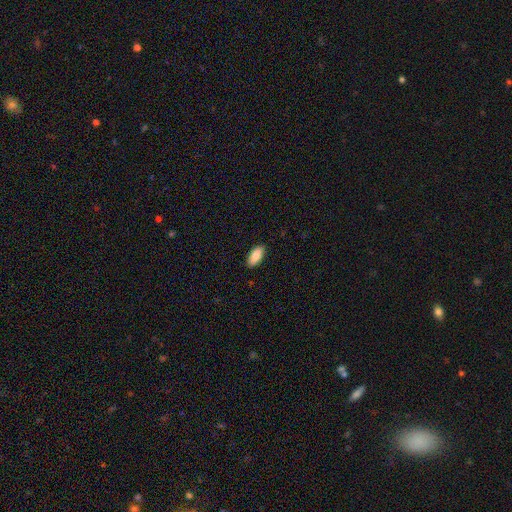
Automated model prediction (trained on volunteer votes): Smooth or featured?
  - smooth: 88% *
  - star or artifact: 6%
  - featured or disk: 6%
How rounded?
  - in between: 90% *
  - cigar-shaped: 8%
  - round: 2%
Merging?
  - none: 89% *
  - minor disturbance: 9%
  - major disturbance: 2%
  - merger: 1%